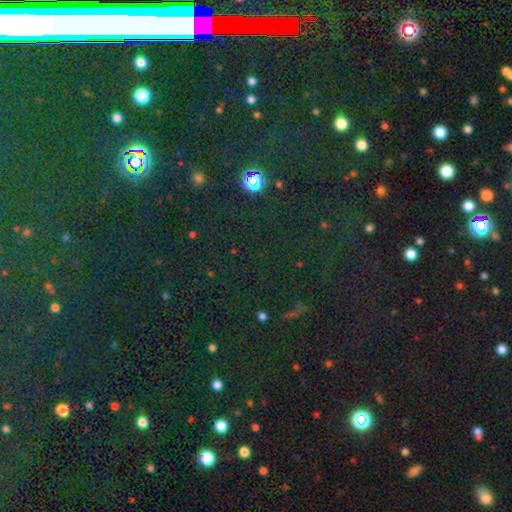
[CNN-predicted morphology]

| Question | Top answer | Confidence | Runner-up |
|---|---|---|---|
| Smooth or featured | star or artifact | 76% | smooth (17%) |